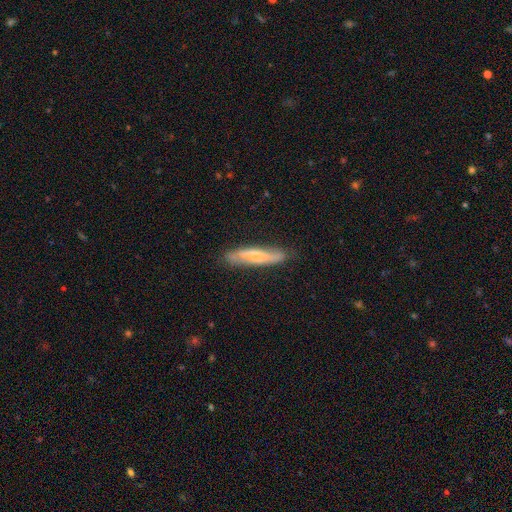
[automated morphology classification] The model was most divided on "smooth or featured": smooth: 48%, featured or disk: 46%, star or artifact: 6%. More confident: merging — none (79%).